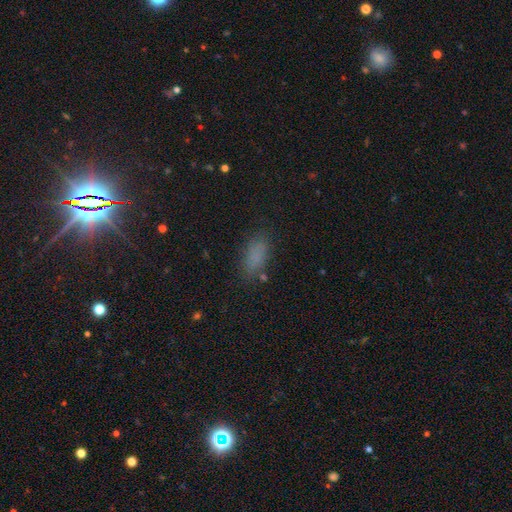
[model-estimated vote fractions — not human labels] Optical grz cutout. It shows a smooth galaxy with no disk features (80%) that is in between round and cigar-shaped (84%). Merging: none (78%).